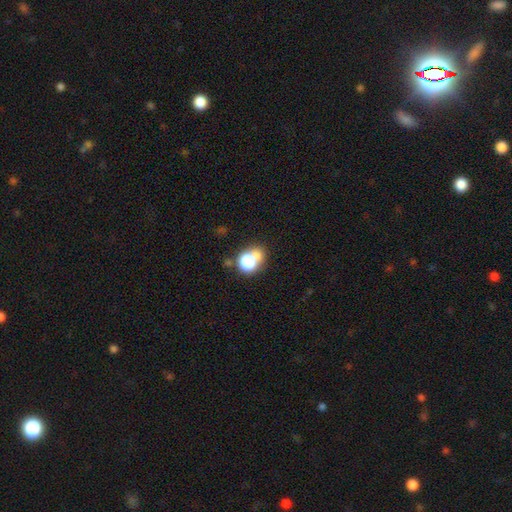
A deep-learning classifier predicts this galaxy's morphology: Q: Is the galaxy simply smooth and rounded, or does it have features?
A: smooth — 68%.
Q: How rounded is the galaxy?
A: round — 69%.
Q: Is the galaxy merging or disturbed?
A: none — 41%.